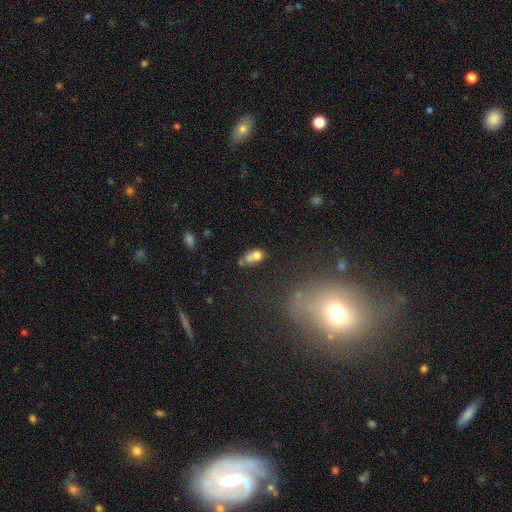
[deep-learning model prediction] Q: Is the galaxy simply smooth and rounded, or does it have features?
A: smooth — 67%.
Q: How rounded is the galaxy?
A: in between — 62%.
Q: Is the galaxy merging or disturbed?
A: merger — 53%.